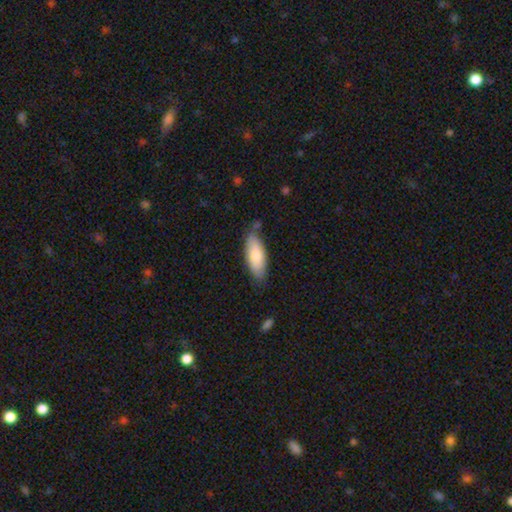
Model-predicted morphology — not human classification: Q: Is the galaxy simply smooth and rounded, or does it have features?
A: smooth — 77%.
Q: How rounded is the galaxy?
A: in between — 74%.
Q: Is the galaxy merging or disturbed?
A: none — 74%.